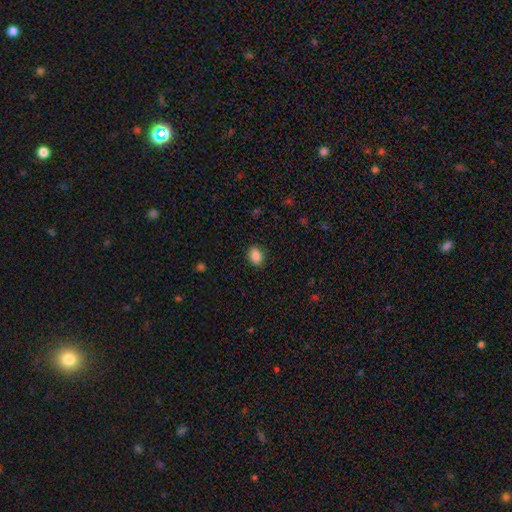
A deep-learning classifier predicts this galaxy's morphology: A smooth galaxy with no disk features (88%) that is in between round and cigar-shaped (77%). Merging: none (87%).